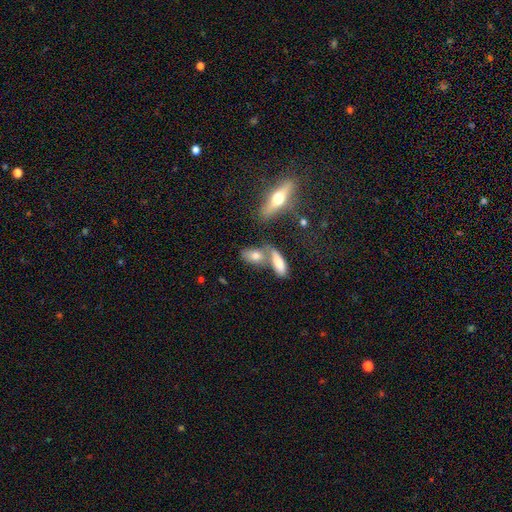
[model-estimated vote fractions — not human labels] smooth_or_featured: smooth (p=0.70) [alt: featured or disk p=0.19]
how_rounded: in between (p=0.76) [alt: cigar-shaped p=0.17]
merging: none (p=0.45) [alt: merger p=0.37]